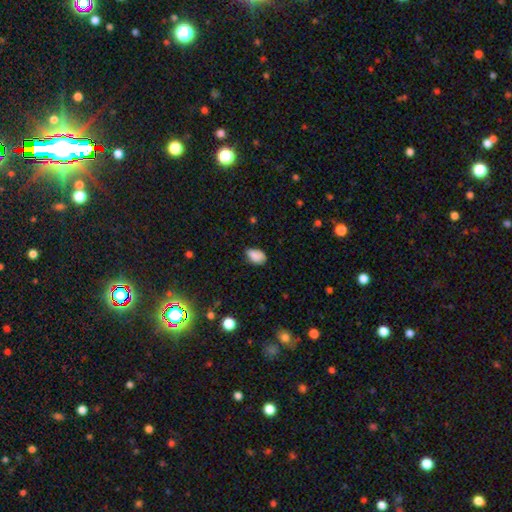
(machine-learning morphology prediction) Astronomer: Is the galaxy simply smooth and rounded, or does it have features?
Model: smooth — 84%.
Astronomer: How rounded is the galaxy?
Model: in between — 88%.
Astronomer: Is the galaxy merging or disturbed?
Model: none — 63%.